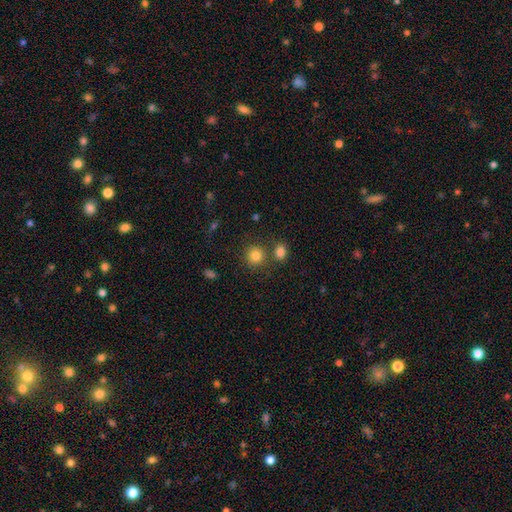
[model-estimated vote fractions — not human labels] Q: Smooth or featured?
A: smooth (82%); runner-up: star or artifact (11%)
Q: How rounded?
A: round (87%); runner-up: in between (12%)
Q: Merging?
A: none (72%); runner-up: merger (16%)